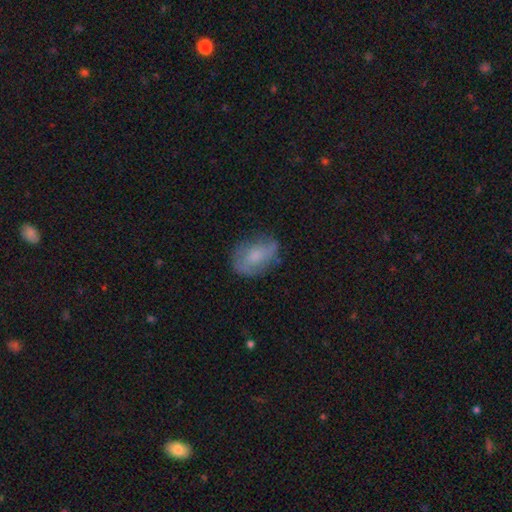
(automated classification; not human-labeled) Q: Smooth or featured?
A: smooth (56%); runner-up: featured or disk (35%)
Q: How rounded?
A: in between (79%); runner-up: round (18%)
Q: Merging?
A: none (60%); runner-up: minor disturbance (27%)